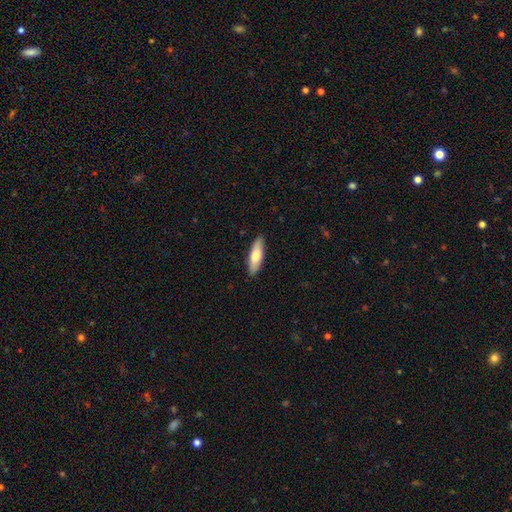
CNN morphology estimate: The model was most divided on "how rounded": cigar-shaped: 50%, in between: 48%, round: 2%. More confident: merging — none (89%); smooth or featured — smooth (73%).